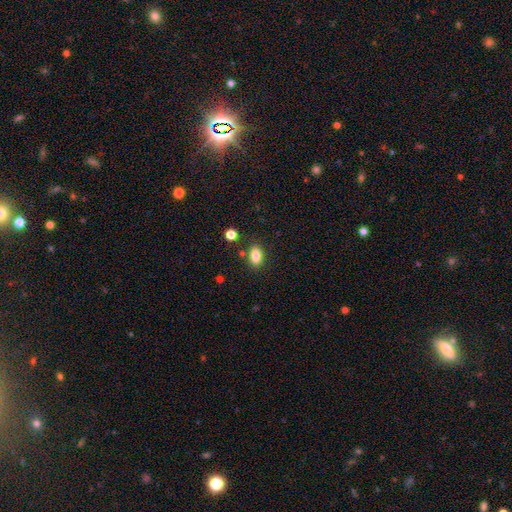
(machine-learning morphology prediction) A smooth galaxy with no disk features (85%) that is in between round and cigar-shaped (87%). Merging: none (82%).